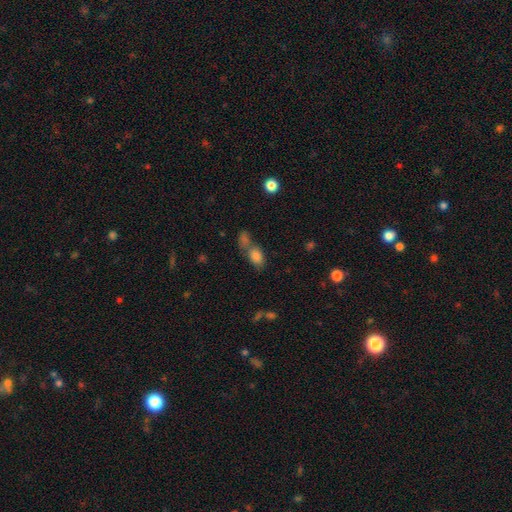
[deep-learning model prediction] Morphology: type=smooth (82%); roundness=in between (85%); merging=merger (49%).